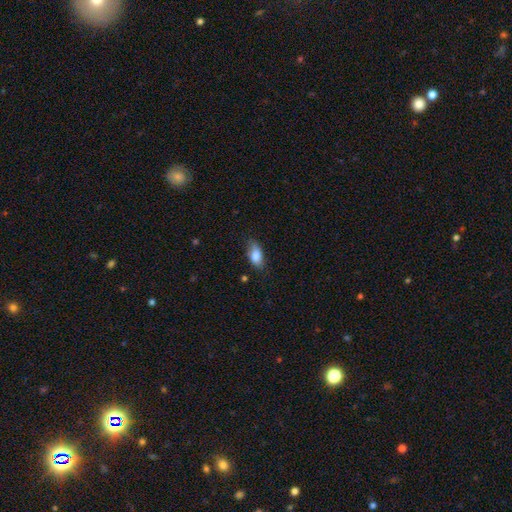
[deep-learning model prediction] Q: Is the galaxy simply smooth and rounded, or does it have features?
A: smooth — 83%.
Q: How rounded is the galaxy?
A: in between — 87%.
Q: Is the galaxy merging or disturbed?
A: none — 72%.